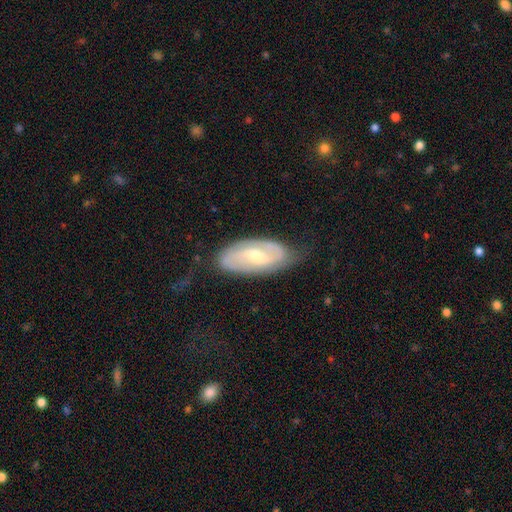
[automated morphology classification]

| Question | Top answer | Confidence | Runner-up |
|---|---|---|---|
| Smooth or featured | featured or disk | 74% | smooth (20%) |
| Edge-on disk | no | 93% | yes (7%) |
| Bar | weak | 54% | strong (26%) |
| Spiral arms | yes | 89% | no (11%) |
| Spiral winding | medium | 42% | tight (33%) |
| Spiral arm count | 2 | 79% | can't tell (14%) |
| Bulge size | moderate | 53% | small (40%) |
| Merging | none | 68% | minor disturbance (22%) |